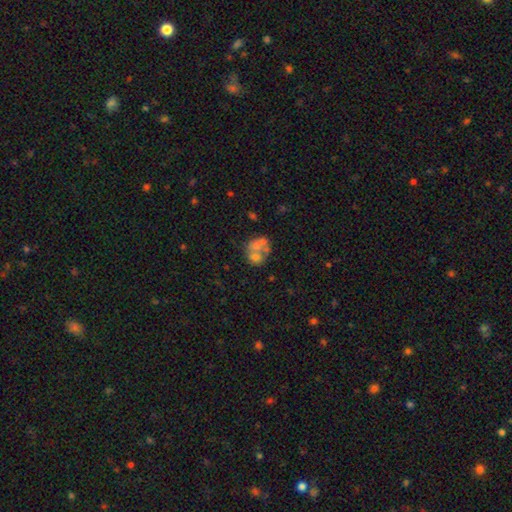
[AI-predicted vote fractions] smooth 43%, featured or disk 39%, star or artifact 18%. Down the decision tree: merging — merger (45%).